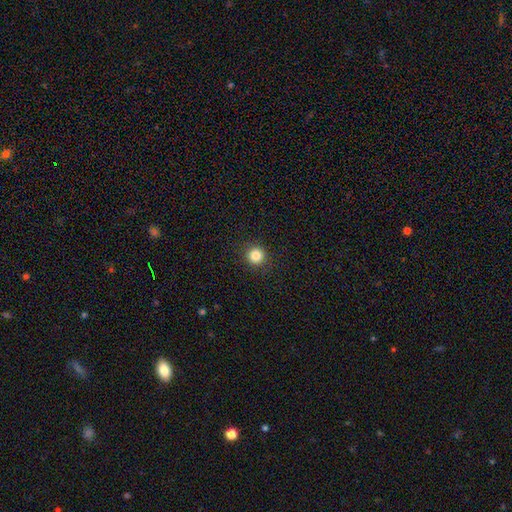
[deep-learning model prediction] Overall: smooth (84%). How rounded: round (95%). Merging: none (92%).